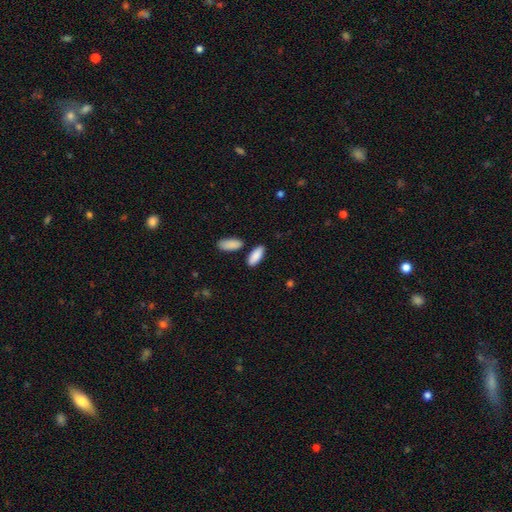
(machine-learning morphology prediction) Overall: smooth (89%). How rounded: in between (82%). Merging: none (81%).